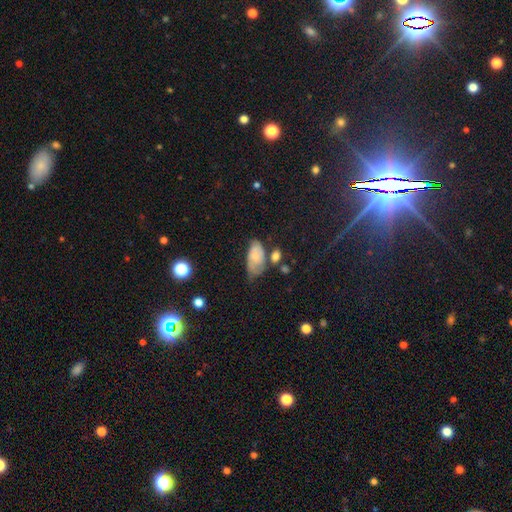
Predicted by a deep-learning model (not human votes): A smooth galaxy with no disk features (62%) that is in between round and cigar-shaped (92%). Merging: none (36%).